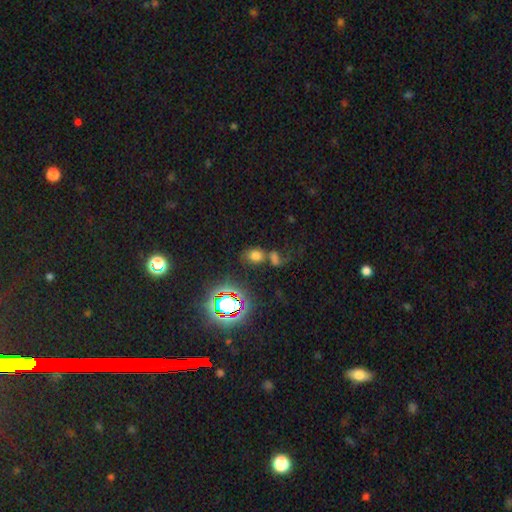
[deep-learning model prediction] Smooth or featured: smooth — 61% (star or artifact — 28%)
How rounded: in between — 57% (round — 41%)
Merging: none — 45% (merger — 34%)